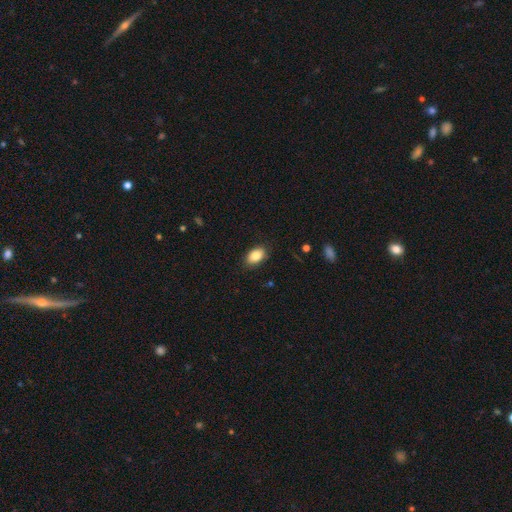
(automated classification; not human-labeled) A smooth galaxy with no disk features (85%) that is in between round and cigar-shaped (90%).

Vote fractions:
- Smooth or featured? smooth: 85% / star or artifact: 8% / featured or disk: 7%
- How rounded? in between: 90% / round: 9% / cigar-shaped: 2%
- Merging? none: 85% / minor disturbance: 11% / major disturbance: 3% / merger: 1%